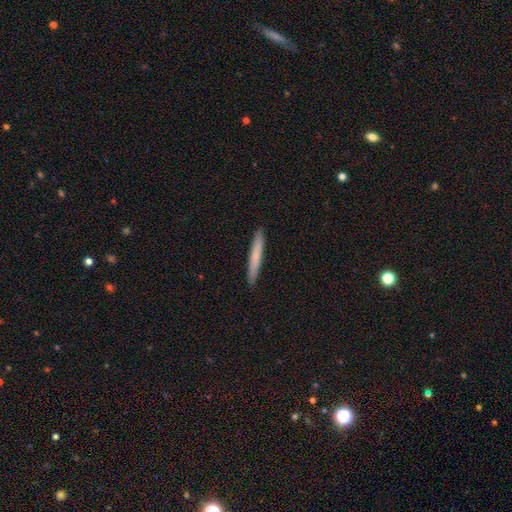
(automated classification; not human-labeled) This appears to be a smooth galaxy with no disk features (72%) that is cigar-shaped (96%). Merging: none (92%).